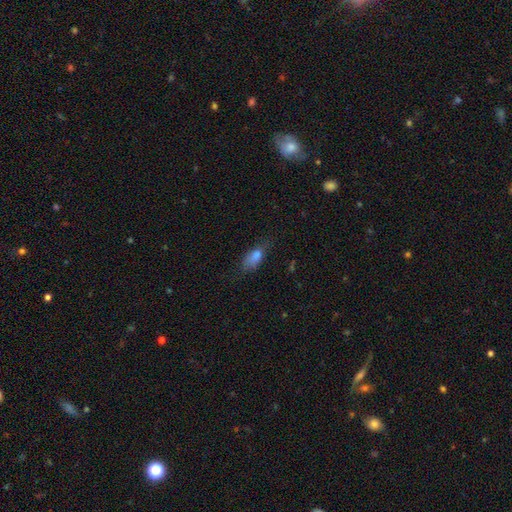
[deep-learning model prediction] smooth_or_featured: smooth (p=0.77) [alt: featured or disk p=0.13]
how_rounded: in between (p=0.76) [alt: cigar-shaped p=0.19]
merging: none (p=0.53) [alt: minor disturbance p=0.30]